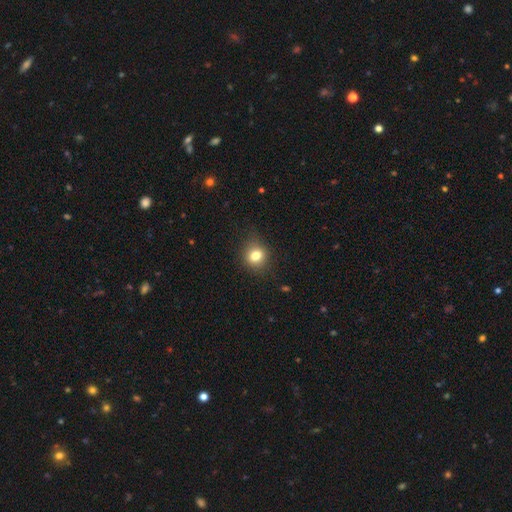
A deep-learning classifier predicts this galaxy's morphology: smooth 79%, star or artifact 12%, featured or disk 9%. Down the decision tree: how rounded — round (75%); merging — none (81%).